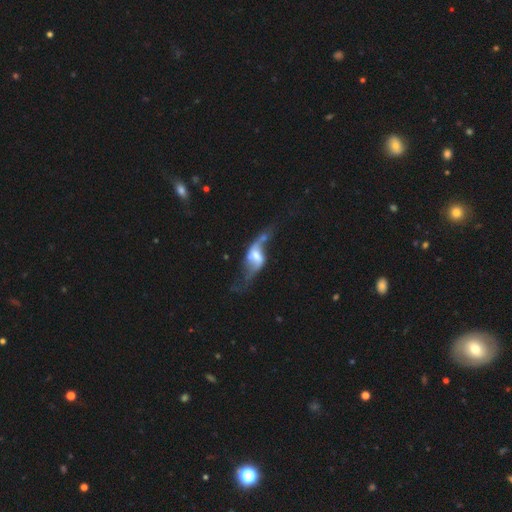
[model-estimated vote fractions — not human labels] Smooth or featured? Predicted: featured or disk (p=0.78). Edge-on disk? Predicted: no (p=0.89). Bar? Predicted: weak (p=0.43). Spiral arms? Predicted: yes (p=0.83). Spiral winding? Predicted: loose (p=0.88). Spiral arm count? Predicted: 2 (p=0.88). Bulge size? Predicted: moderate (p=0.41). Merging? Predicted: none (p=0.39).